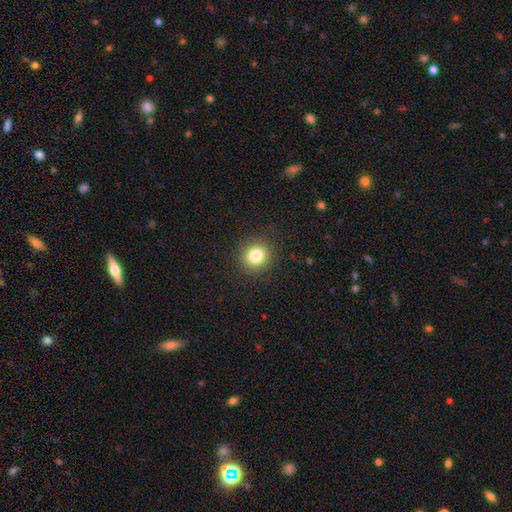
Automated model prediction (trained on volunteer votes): Smooth or featured? Predicted: smooth (p=0.81). How rounded? Predicted: round (p=0.88). Merging? Predicted: none (p=0.89).